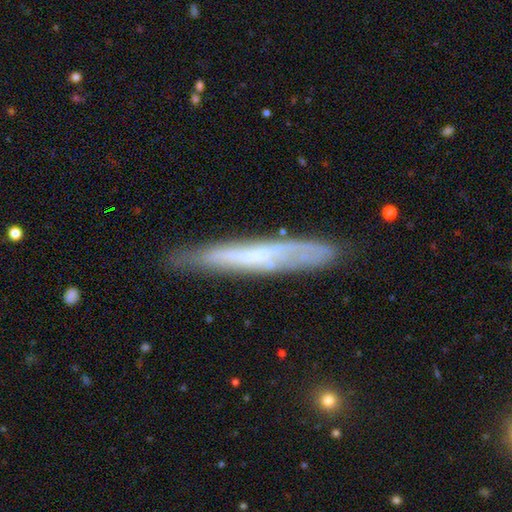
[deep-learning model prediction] A featured or disk galaxy (58%) viewed edge-on (74%). Merging: none (77%).